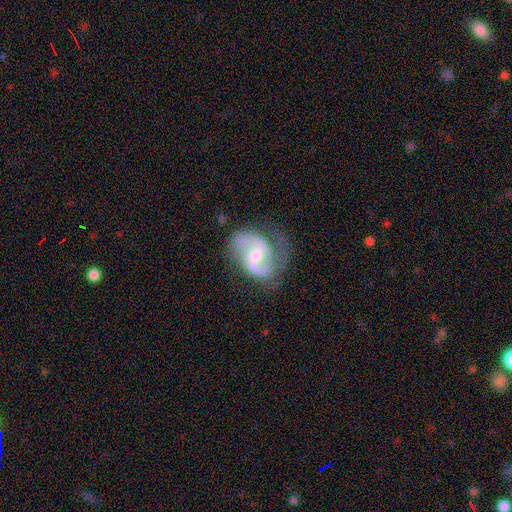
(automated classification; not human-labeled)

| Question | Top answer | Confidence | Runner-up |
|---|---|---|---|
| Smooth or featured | featured or disk | 84% | smooth (10%) |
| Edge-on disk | no | 97% | yes (3%) |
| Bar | weak | 52% | no (32%) |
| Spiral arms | yes | 95% | no (5%) |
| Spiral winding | medium | 51% | loose (32%) |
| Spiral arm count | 2 | 87% | can't tell (5%) |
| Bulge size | moderate | 56% | small (38%) |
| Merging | none | 62% | minor disturbance (24%) |